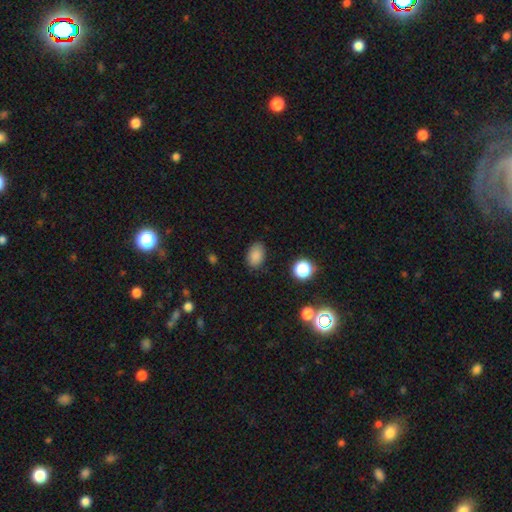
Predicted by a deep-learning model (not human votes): smooth_or_featured: smooth (p=0.85) [alt: star or artifact p=0.11]
how_rounded: in between (p=0.85) [alt: round p=0.13]
merging: none (p=0.83) [alt: minor disturbance p=0.12]